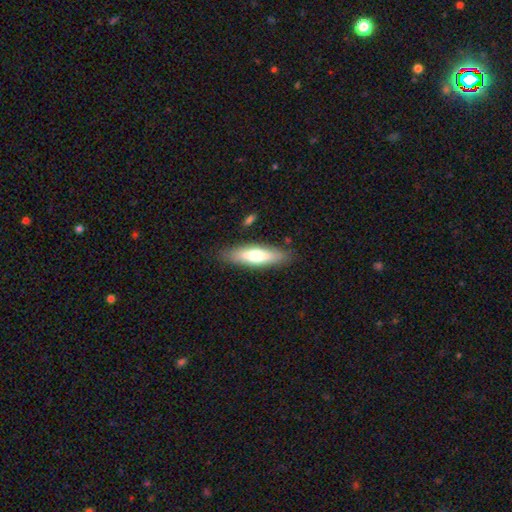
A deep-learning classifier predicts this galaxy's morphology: smooth_or_featured: smooth (p=0.59) [alt: featured or disk p=0.35]
how_rounded: cigar-shaped (p=0.59) [alt: in between p=0.39]
merging: none (p=0.84) [alt: minor disturbance p=0.11]